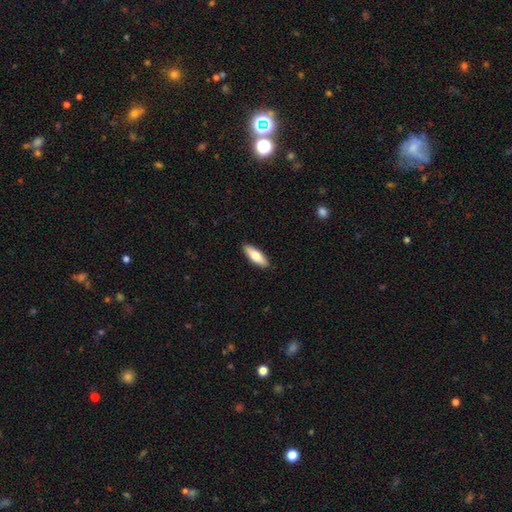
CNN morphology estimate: This is likely a smooth galaxy (70%). How rounded: possibly in between (58%). Merging: clearly none (90%).